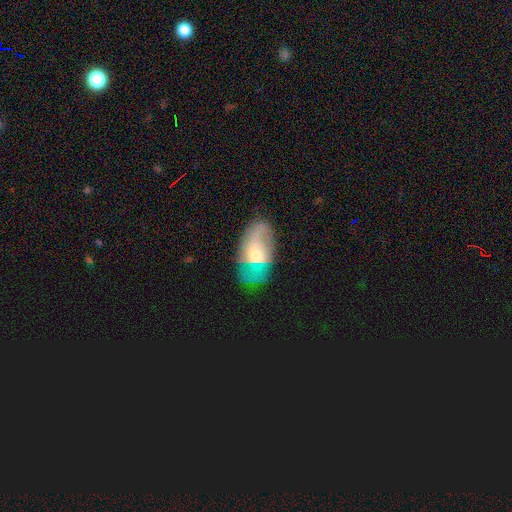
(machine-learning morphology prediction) The model was most divided on "smooth or featured": featured or disk: 50%, smooth: 40%, star or artifact: 9%. More confident: edge-on disk — no (92%); merging — none (54%).